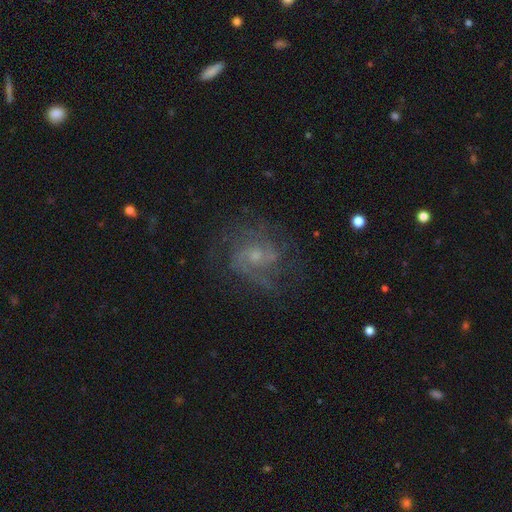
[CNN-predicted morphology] featured or disk 76%, smooth 13%, star or artifact 11%. Down the decision tree: edge-on disk — no (98%); bar — no (65%); spiral arms — yes (88%); spiral arm count — 2 (34%); spiral winding — medium (49%); bulge size — small (63%); merging — none (65%).